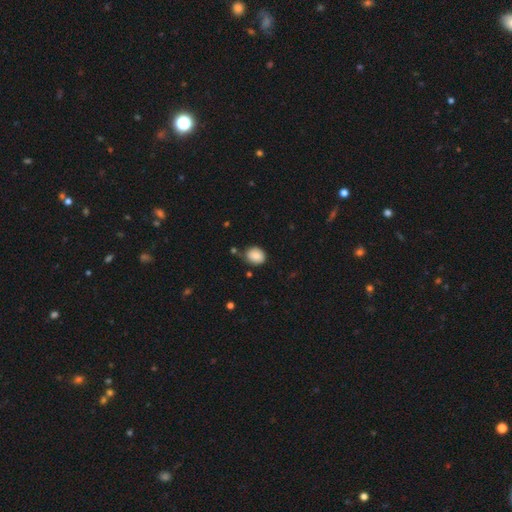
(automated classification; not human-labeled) Smooth or featured? Predicted: smooth (p=0.85). How rounded? Predicted: round (p=0.58). Merging? Predicted: none (p=0.69).